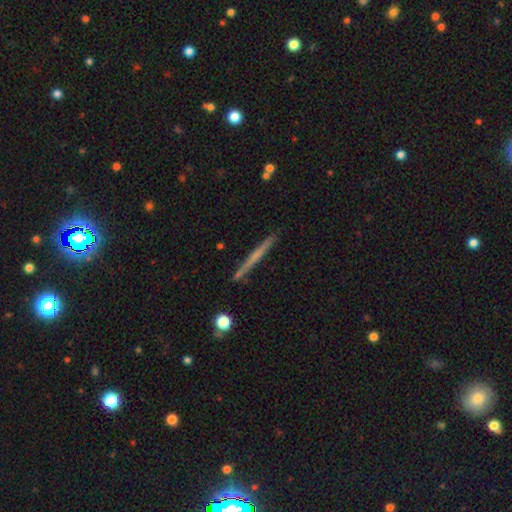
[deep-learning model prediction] smooth-or-featured: featured or disk: 55% | smooth: 39% | star or artifact: 6%
  disk-edge-on: yes: 98% | no: 2%
    edge-on-bulge: none: 77% | rounded: 17% | boxy: 6%
  merging: none: 89% | minor disturbance: 7% | merger: 2% | major disturbance: 2%